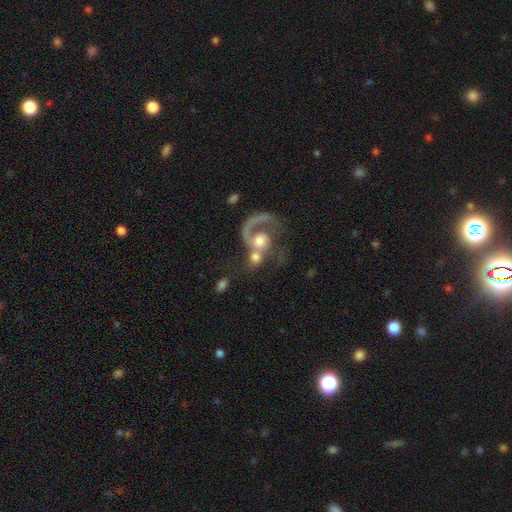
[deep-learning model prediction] Smooth or featured? Predicted: featured or disk (p=0.76). Edge-on disk? Predicted: no (p=0.97). Bar? Predicted: no (p=0.58). Spiral arms? Predicted: yes (p=0.83). Spiral winding? Predicted: medium (p=0.45). Spiral arm count? Predicted: 2 (p=0.63). Bulge size? Predicted: moderate (p=0.56). Merging? Predicted: merger (p=0.39).